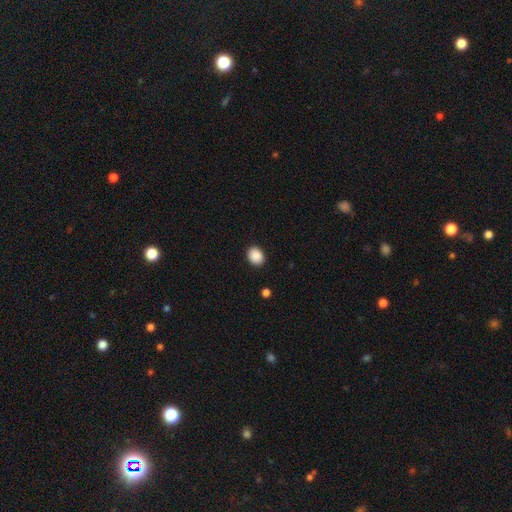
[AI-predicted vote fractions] Morphology: type=smooth (90%); roundness=in between (53%); merging=none (90%).